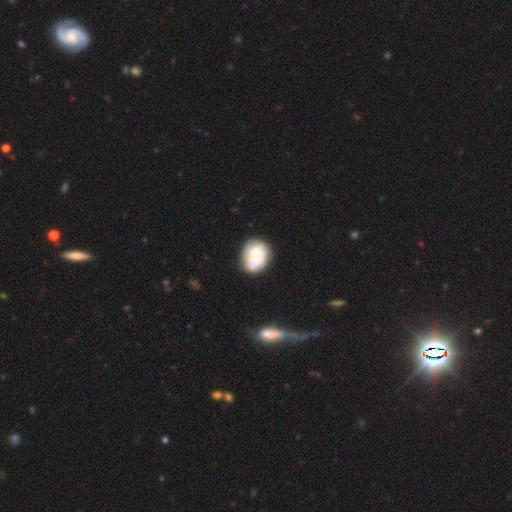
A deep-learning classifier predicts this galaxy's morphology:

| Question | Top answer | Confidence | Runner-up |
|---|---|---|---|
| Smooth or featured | smooth | 62% | featured or disk (29%) |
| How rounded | in between | 51% | round (48%) |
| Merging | none | 64% | minor disturbance (24%) |